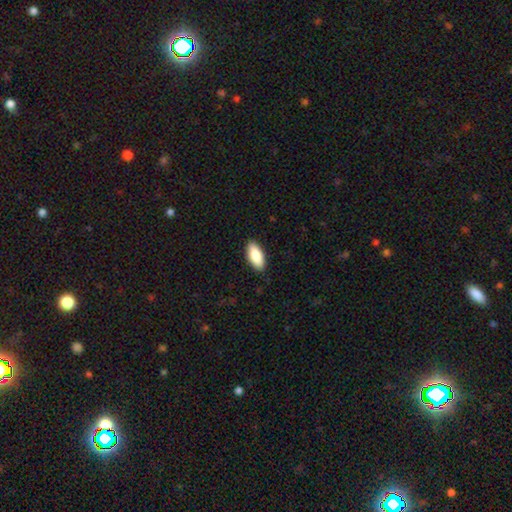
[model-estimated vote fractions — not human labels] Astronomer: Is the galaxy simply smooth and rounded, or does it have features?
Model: smooth — 85%.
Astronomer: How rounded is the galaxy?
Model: in between — 87%.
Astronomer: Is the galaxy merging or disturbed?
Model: none — 89%.